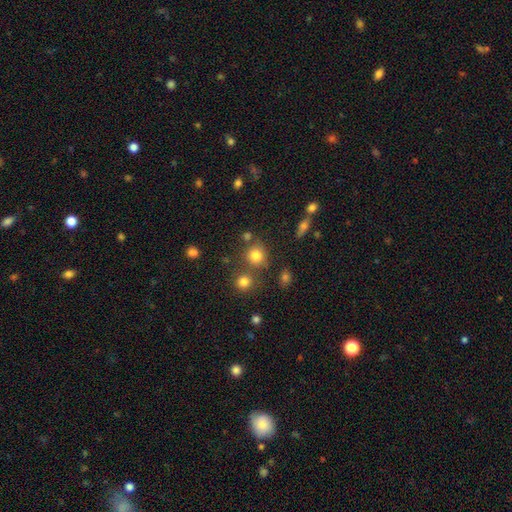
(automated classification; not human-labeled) Q: Smooth or featured?
A: smooth (79%); runner-up: star or artifact (14%)
Q: How rounded?
A: round (87%); runner-up: in between (12%)
Q: Merging?
A: none (69%); runner-up: merger (16%)